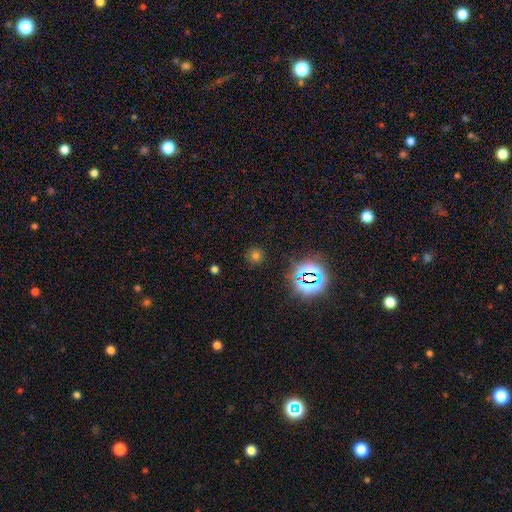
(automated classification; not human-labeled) smooth_or_featured: smooth (p=0.59) [alt: star or artifact p=0.34]
how_rounded: round (p=0.90) [alt: in between p=0.09]
merging: none (p=0.86) [alt: minor disturbance p=0.09]